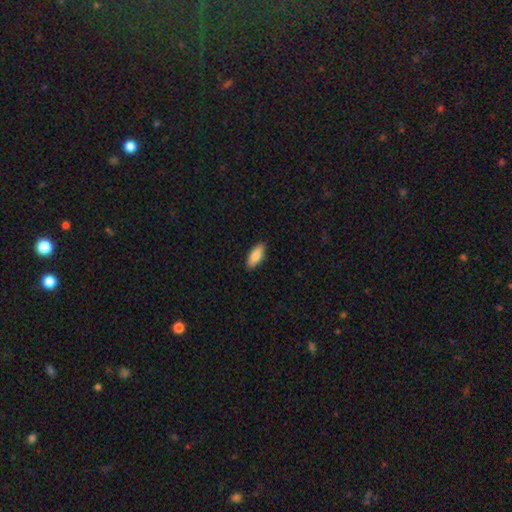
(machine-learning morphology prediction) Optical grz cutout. It shows a smooth galaxy with no disk features (87%) that is in between round and cigar-shaped (81%). Merging: none (89%).